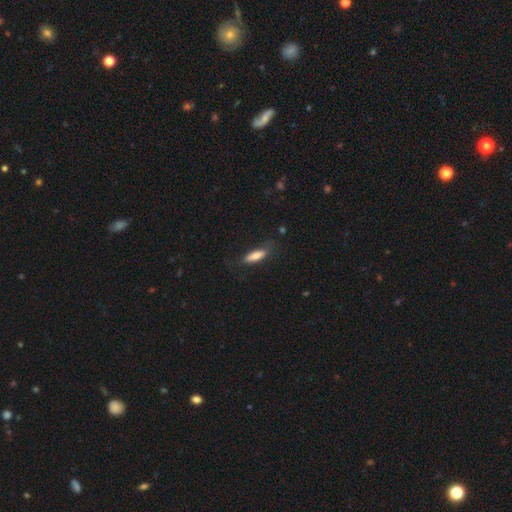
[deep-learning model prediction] smooth 73%, featured or disk 20%, star or artifact 6%. Down the decision tree: how rounded — cigar-shaped (58%); merging — none (73%).